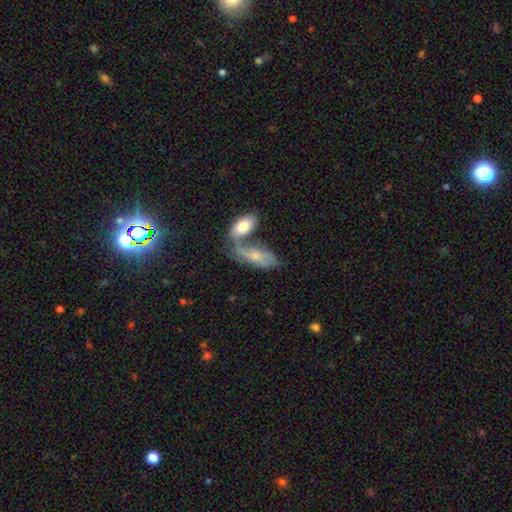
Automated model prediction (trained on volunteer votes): Smooth or featured? smooth (53%)
How rounded? in between (83%)
Merging? merger (56%)